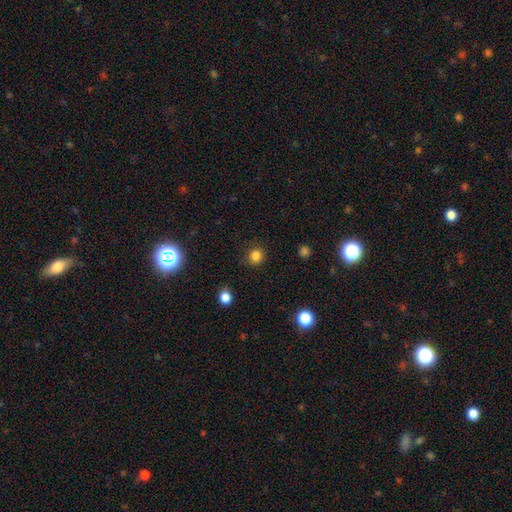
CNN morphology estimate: smooth 83%, star or artifact 13%, featured or disk 4%. Down the decision tree: how rounded — round (90%); merging — none (87%).